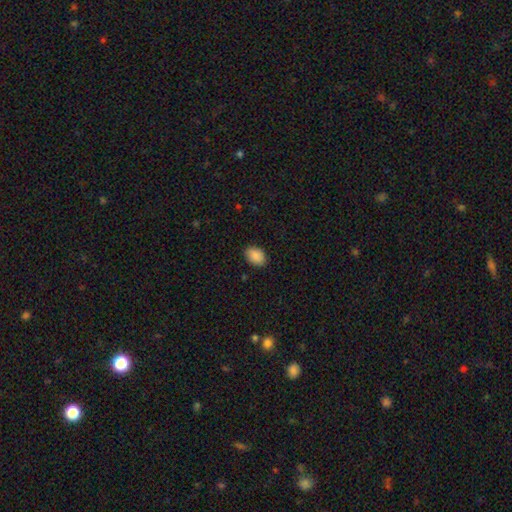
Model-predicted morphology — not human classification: A smooth galaxy with no disk features (89%) that is in between round and cigar-shaped (80%).

Vote fractions:
- Smooth or featured? smooth: 89% / star or artifact: 7% / featured or disk: 3%
- How rounded? in between: 80% / round: 19% / cigar-shaped: 1%
- Merging? none: 86% / minor disturbance: 11% / major disturbance: 2% / merger: 1%